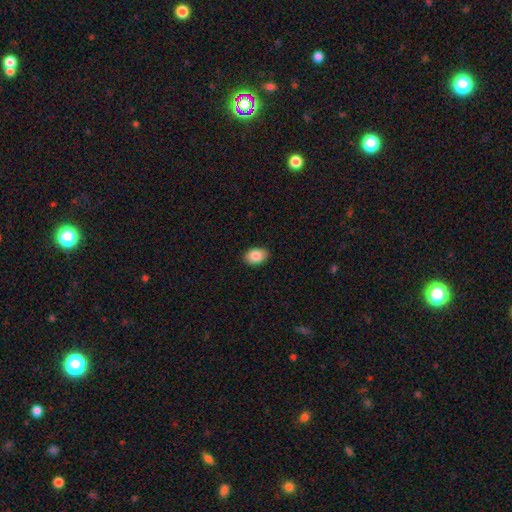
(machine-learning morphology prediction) Q: Smooth or featured?
A: smooth (86%); runner-up: star or artifact (7%)
Q: How rounded?
A: in between (84%); runner-up: round (15%)
Q: Merging?
A: none (89%); runner-up: minor disturbance (8%)